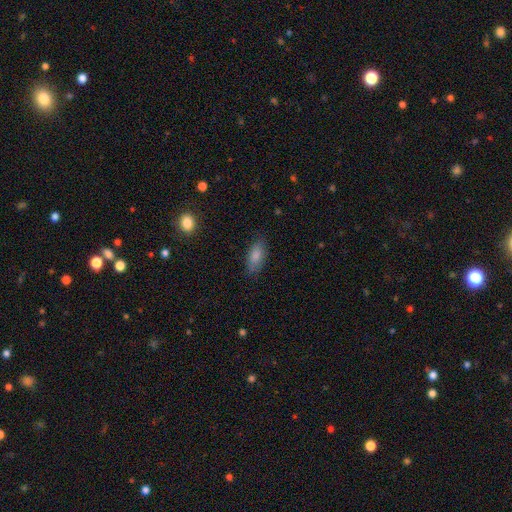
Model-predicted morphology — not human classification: smooth_or_featured: smooth (p=0.84) [alt: featured or disk p=0.08]
how_rounded: in between (p=0.87) [alt: cigar-shaped p=0.10]
merging: none (p=0.80) [alt: minor disturbance p=0.15]